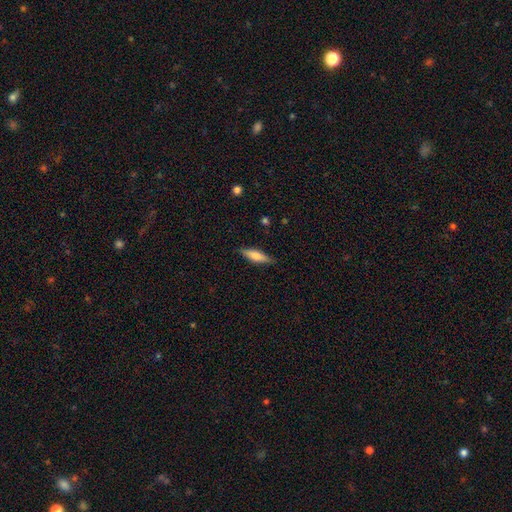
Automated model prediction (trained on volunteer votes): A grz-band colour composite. It shows a smooth galaxy with no disk features (64%) that is cigar-shaped (65%). Merging: none (85%).